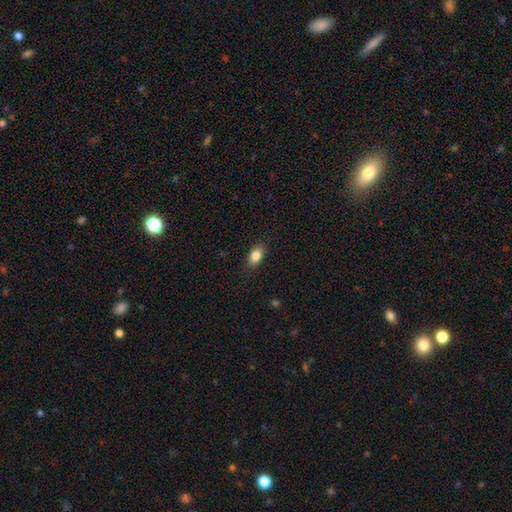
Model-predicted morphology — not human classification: A smooth galaxy with no disk features (84%) that is in between round and cigar-shaped (86%).

Vote fractions:
- Smooth or featured? smooth: 84% / featured or disk: 8% / star or artifact: 8%
- How rounded? in between: 86% / round: 10% / cigar-shaped: 4%
- Merging? none: 85% / minor disturbance: 12% / major disturbance: 3% / merger: 1%